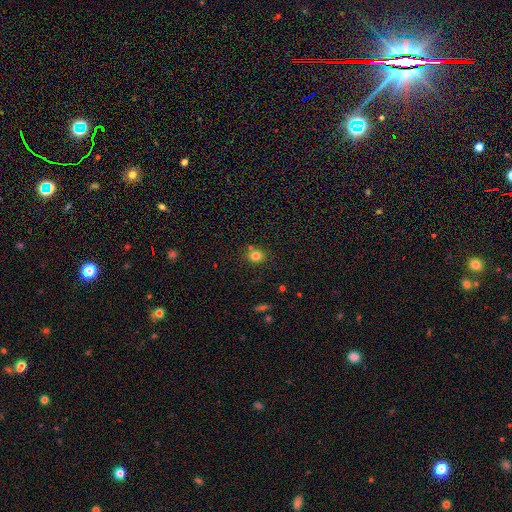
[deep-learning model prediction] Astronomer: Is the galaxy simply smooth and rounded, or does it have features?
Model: smooth — 79%.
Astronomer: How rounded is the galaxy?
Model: round — 73%.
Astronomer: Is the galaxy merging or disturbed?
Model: none — 77%.